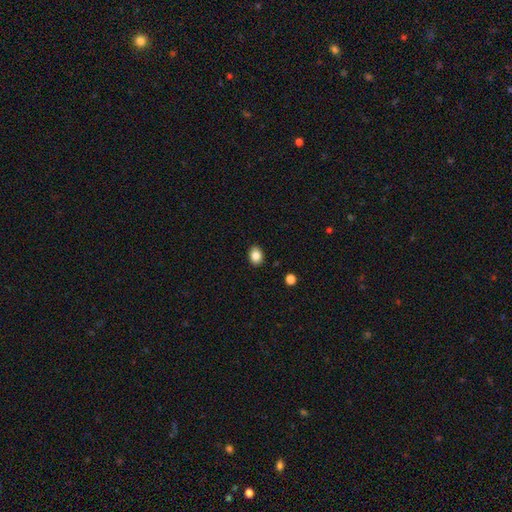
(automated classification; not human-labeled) This appears to be a smooth galaxy with no disk features (86%) that is in between round and cigar-shaped (62%). Merging: none (90%).